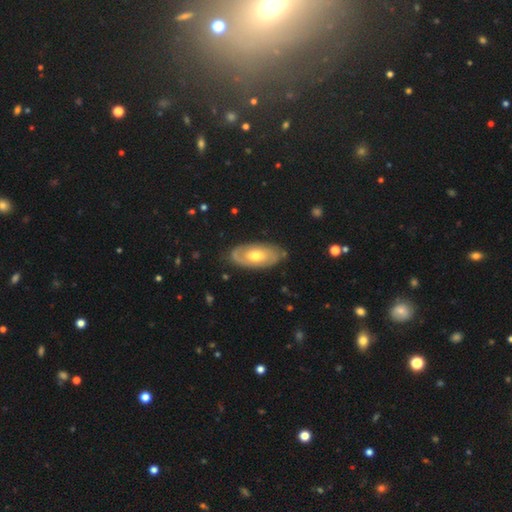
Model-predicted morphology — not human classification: Q: Smooth or featured?
A: featured or disk (64%); runner-up: smooth (31%)
Q: Edge-on disk?
A: no (89%); runner-up: yes (11%)
Q: Bar?
A: no (72%); runner-up: weak (24%)
Q: Spiral arms?
A: yes (74%); runner-up: no (26%)
Q: Bulge size?
A: moderate (70%); runner-up: small (21%)
Q: Merging?
A: none (79%); runner-up: minor disturbance (16%)